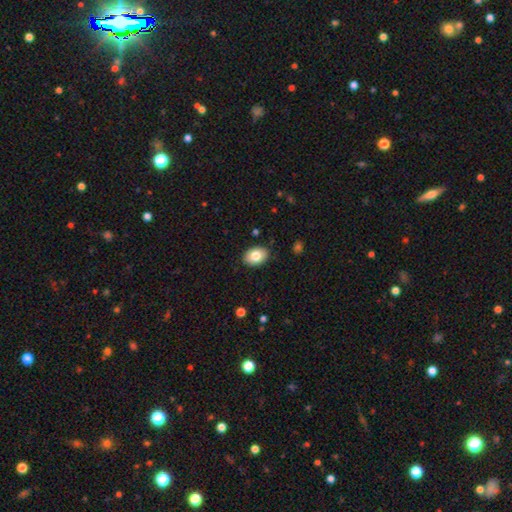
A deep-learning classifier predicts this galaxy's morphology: Q: Smooth or featured?
A: smooth (82%); runner-up: featured or disk (11%)
Q: How rounded?
A: in between (81%); runner-up: round (18%)
Q: Merging?
A: none (88%); runner-up: minor disturbance (9%)